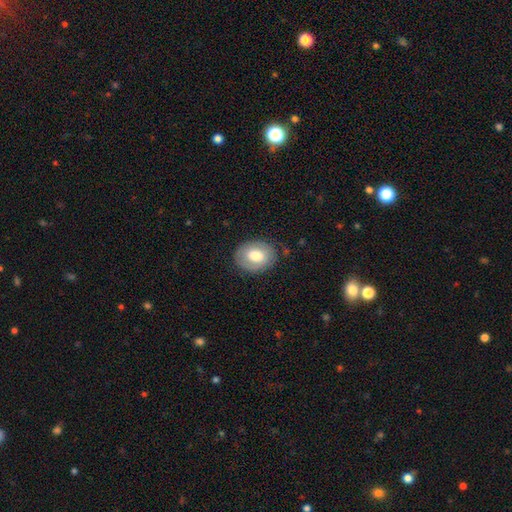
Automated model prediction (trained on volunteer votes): The model was most divided on "how rounded": in between: 62%, round: 38%, cigar-shaped: 1%. More confident: merging — none (80%); smooth or featured — smooth (64%).